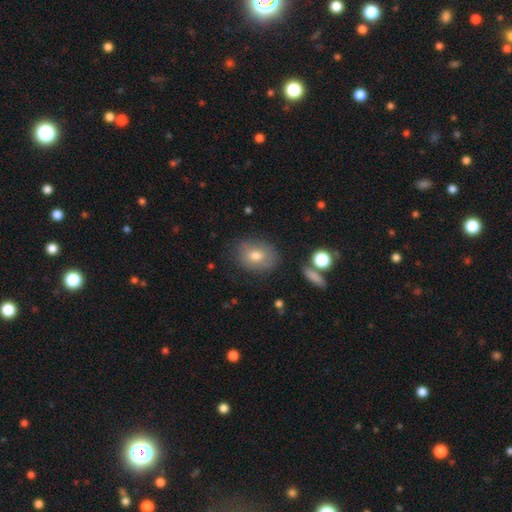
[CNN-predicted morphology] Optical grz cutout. It shows a smooth galaxy with no disk features (73%) that is in between round and cigar-shaped (55%). Merging: none (80%).